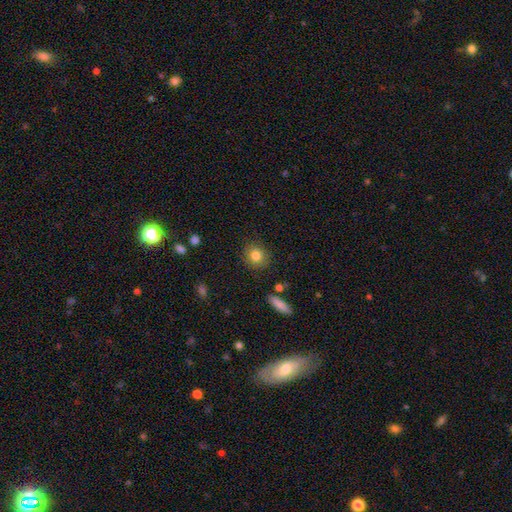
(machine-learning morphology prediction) A smooth galaxy with no disk features (82%) that is round (86%). Merging: none (88%).